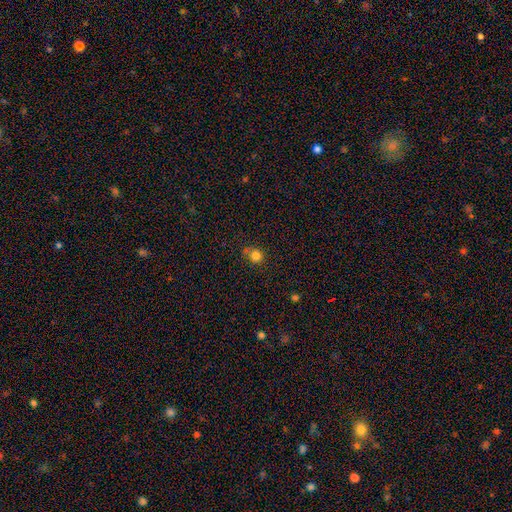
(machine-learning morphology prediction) Smooth or featured: smooth — 81% (star or artifact — 13%)
How rounded: round — 88% (in between — 11%)
Merging: none — 70% (minor disturbance — 18%)